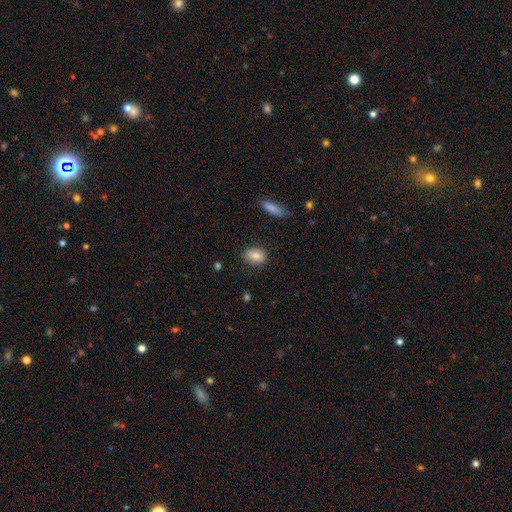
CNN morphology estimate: Smooth or featured?
  - smooth: 82% *
  - featured or disk: 10%
  - star or artifact: 8%
How rounded?
  - in between: 78% *
  - round: 19%
  - cigar-shaped: 2%
Merging?
  - none: 84% *
  - minor disturbance: 11%
  - major disturbance: 3%
  - merger: 2%